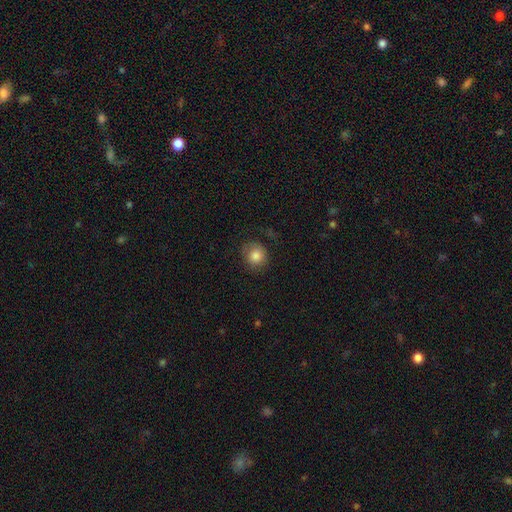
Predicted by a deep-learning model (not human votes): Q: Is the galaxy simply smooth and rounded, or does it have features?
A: smooth — 81%.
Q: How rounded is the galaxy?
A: round — 83%.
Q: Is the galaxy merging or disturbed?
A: none — 73%.